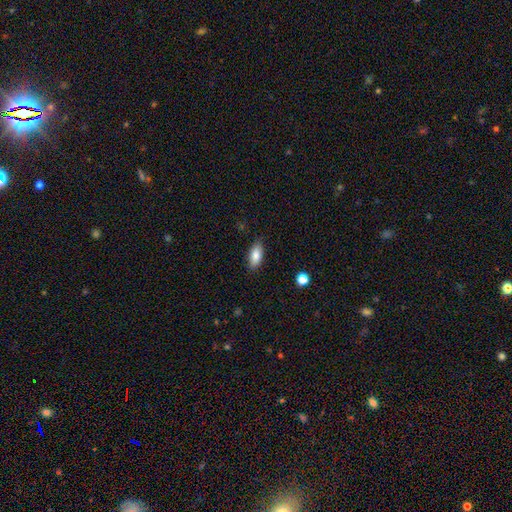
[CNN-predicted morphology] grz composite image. It shows a smooth galaxy with no disk features (83%) that is in between round and cigar-shaped (85%). Merging: none (86%).